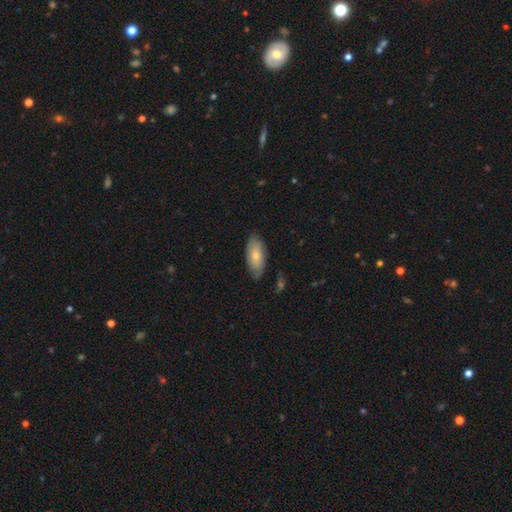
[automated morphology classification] smooth_or_featured: smooth (p=0.67) [alt: featured or disk p=0.27]
how_rounded: in between (p=0.89) [alt: cigar-shaped p=0.08]
merging: none (p=0.77) [alt: minor disturbance p=0.18]